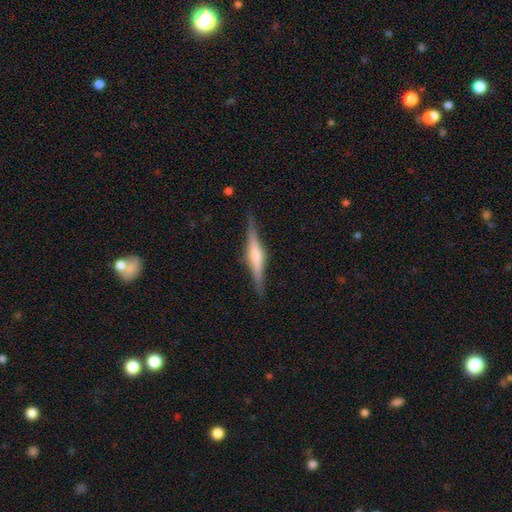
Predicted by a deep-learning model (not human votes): Smooth or featured? featured or disk (71%)
Edge-on disk? yes (98%)
Edge-on bulge? rounded (69%)
Merging? none (87%)